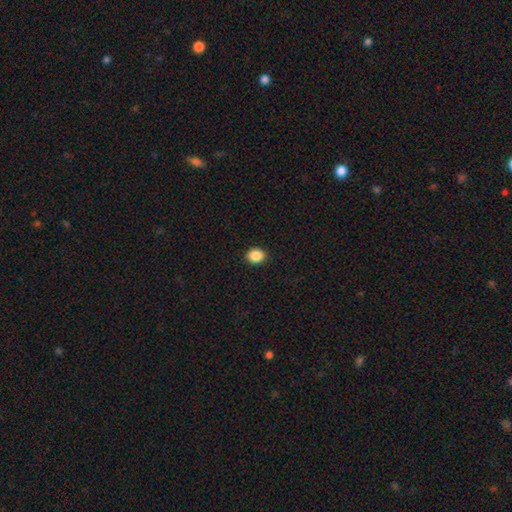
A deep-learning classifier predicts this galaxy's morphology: Overall: smooth (88%). How rounded: round (57%; in between 42%). Merging: none (91%).